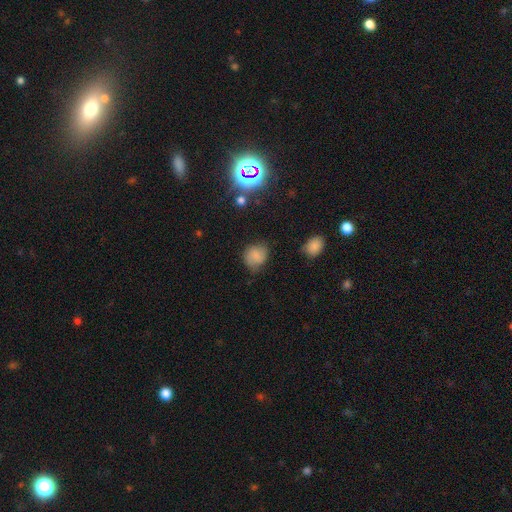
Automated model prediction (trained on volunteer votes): Smooth or featured?
  - smooth: 75% *
  - featured or disk: 14%
  - star or artifact: 12%
How rounded?
  - round: 68% *
  - in between: 31%
  - cigar-shaped: 1%
Merging?
  - none: 64% *
  - minor disturbance: 26%
  - major disturbance: 8%
  - merger: 2%